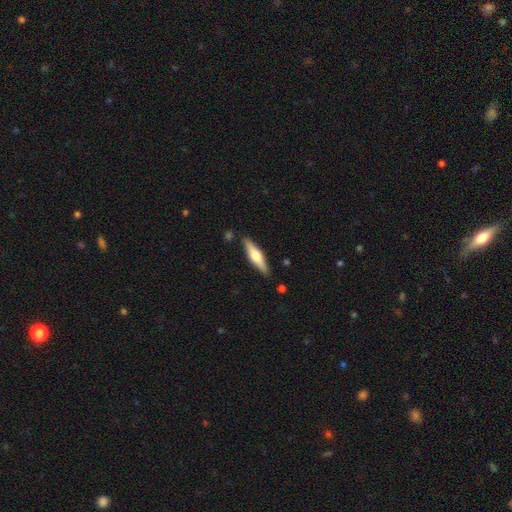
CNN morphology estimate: Q: Smooth or featured?
A: featured or disk (49%); runner-up: smooth (46%)
Q: Merging?
A: none (87%); runner-up: minor disturbance (9%)